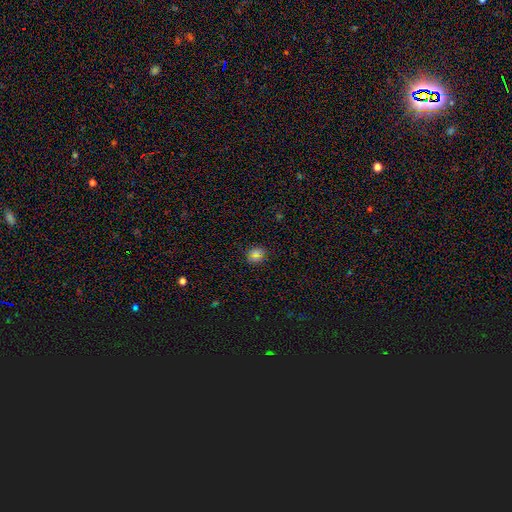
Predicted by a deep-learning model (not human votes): Smooth or featured: smooth — 58% (star or artifact — 34%)
How rounded: round — 71% (in between — 26%)
Merging: none — 85% (minor disturbance — 9%)